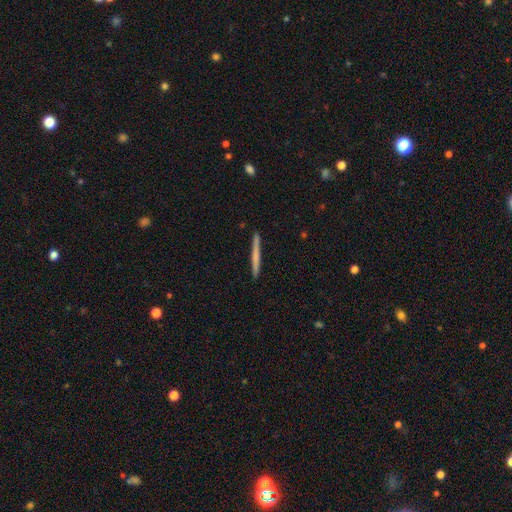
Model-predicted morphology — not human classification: Overall: smooth (59%; featured or disk 35%). How rounded: cigar-shaped (97%). Merging: none (92%).